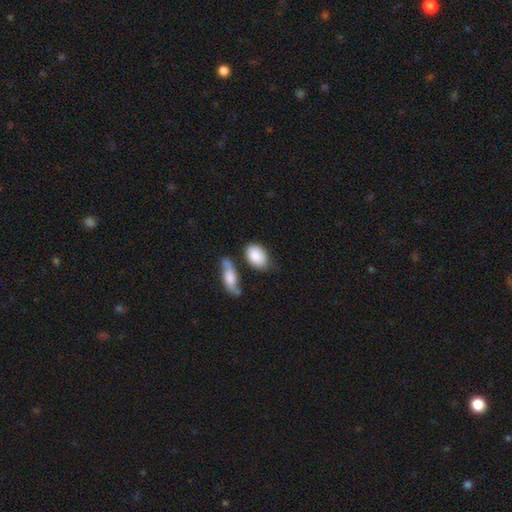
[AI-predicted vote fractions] Overall: smooth (86%). How rounded: in between (88%). Merging: none (56%; minor disturbance 23%).